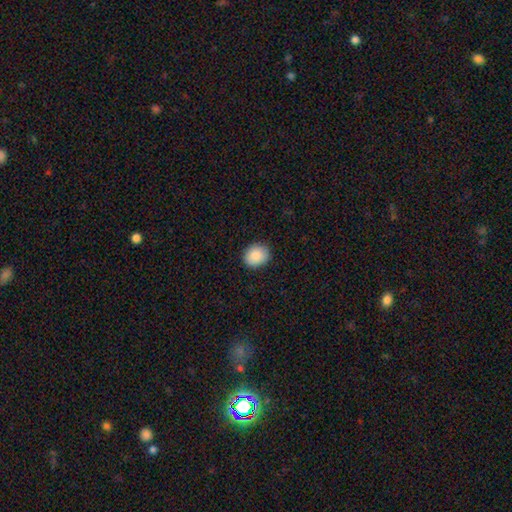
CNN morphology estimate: Q: Smooth or featured?
A: smooth (90%); runner-up: star or artifact (7%)
Q: How rounded?
A: round (61%); runner-up: in between (39%)
Q: Merging?
A: none (88%); runner-up: minor disturbance (9%)